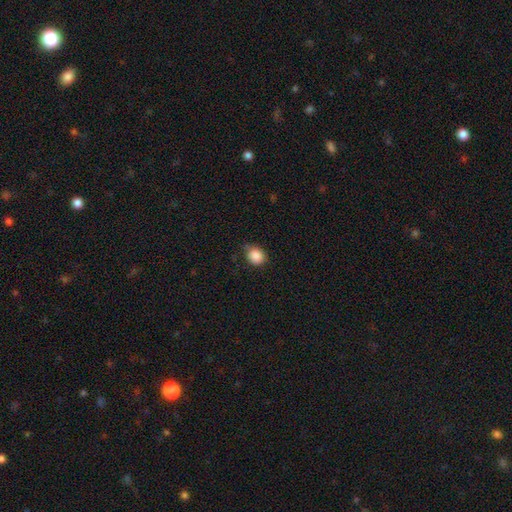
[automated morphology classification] type=smooth (87%); roundness=round (63%); merging=none (63%).